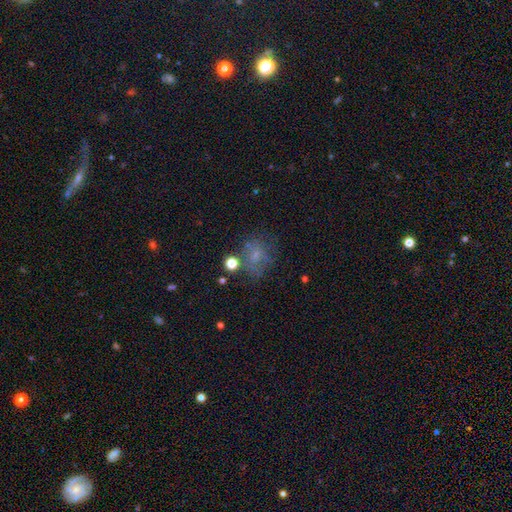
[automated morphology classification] smooth-or-featured: smooth: 52% | featured or disk: 27% | star or artifact: 21%
  how-rounded: round: 60% | in between: 38% | cigar-shaped: 1%
  merging: none: 55% | minor disturbance: 20% | major disturbance: 16% | merger: 8%